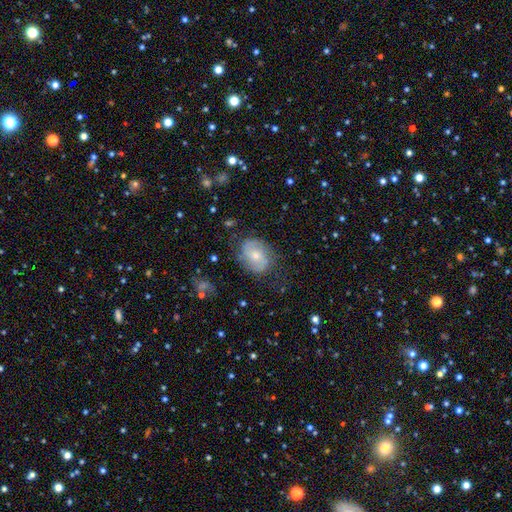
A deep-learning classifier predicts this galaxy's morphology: Q: Smooth or featured?
A: featured or disk (57%); runner-up: smooth (35%)
Q: Edge-on disk?
A: no (96%); runner-up: yes (4%)
Q: Bar?
A: no (63%); runner-up: weak (30%)
Q: Spiral arms?
A: yes (79%); runner-up: no (21%)
Q: Bulge size?
A: small (50%); runner-up: moderate (45%)
Q: Merging?
A: none (70%); runner-up: minor disturbance (20%)